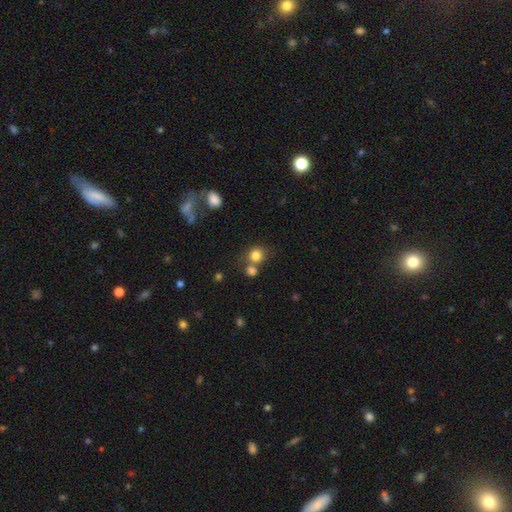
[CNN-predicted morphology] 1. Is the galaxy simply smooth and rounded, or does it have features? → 82% smooth, 11% star or artifact, 7% featured or disk.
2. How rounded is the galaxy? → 86% round, 13% in between, 1% cigar-shaped.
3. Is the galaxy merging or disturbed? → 59% none, 28% merger, 10% minor disturbance, 4% major disturbance.